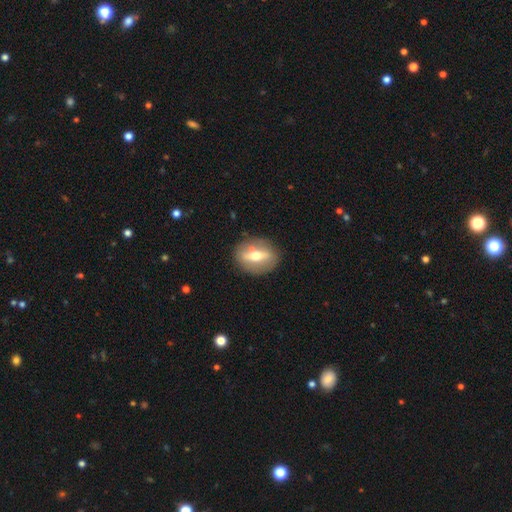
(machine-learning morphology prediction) Smooth or featured: featured or disk — 59% (smooth — 34%)
Edge-on disk: no — 57% (yes — 43%)
Merging: none — 83% (minor disturbance — 10%)